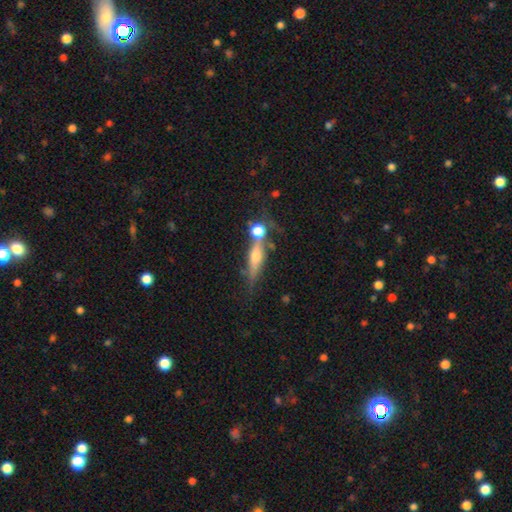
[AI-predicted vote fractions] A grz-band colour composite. It shows a featured or disk galaxy (52%) viewed edge-on (84%). Merging: none (56%).